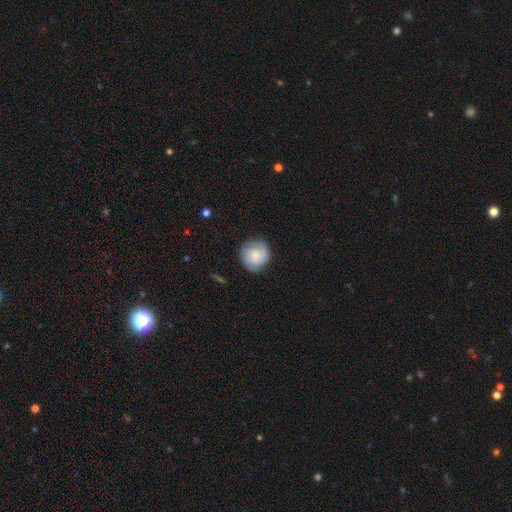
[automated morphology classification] Smooth or featured?
  - smooth: 60% *
  - featured or disk: 33%
  - star or artifact: 7%
How rounded?
  - round: 89% *
  - in between: 10%
  - cigar-shaped: 1%
Merging?
  - none: 74% *
  - minor disturbance: 19%
  - major disturbance: 6%
  - merger: 1%